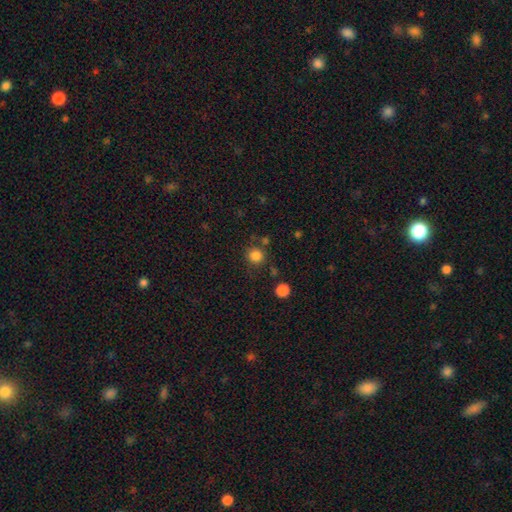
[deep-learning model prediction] Overall: smooth (84%). How rounded: round (91%). Merging: none (79%).